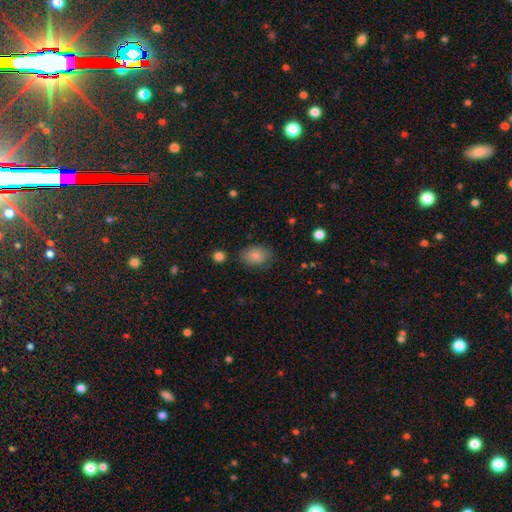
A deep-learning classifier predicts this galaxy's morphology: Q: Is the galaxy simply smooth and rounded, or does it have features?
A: smooth — 86%.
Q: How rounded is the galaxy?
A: in between — 84%.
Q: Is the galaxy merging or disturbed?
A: none — 76%.